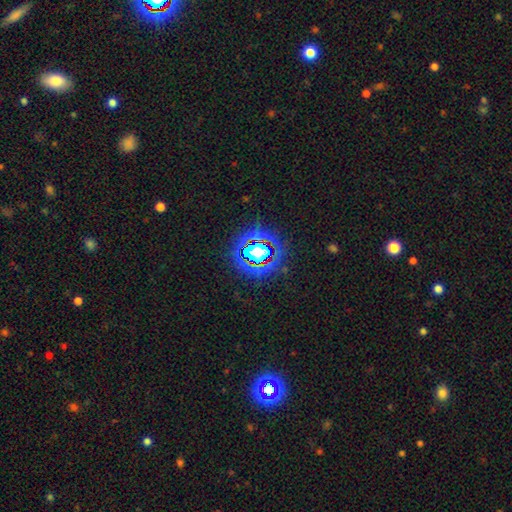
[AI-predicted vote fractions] This appears to be a star or artifact, not a galaxy (67%).